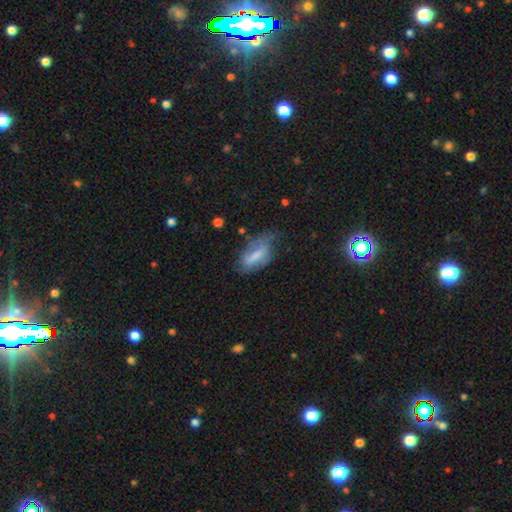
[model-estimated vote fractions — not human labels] Smooth or featured: smooth — 52% (featured or disk — 40%)
How rounded: in between — 80% (cigar-shaped — 17%)
Merging: none — 45% (minor disturbance — 35%)